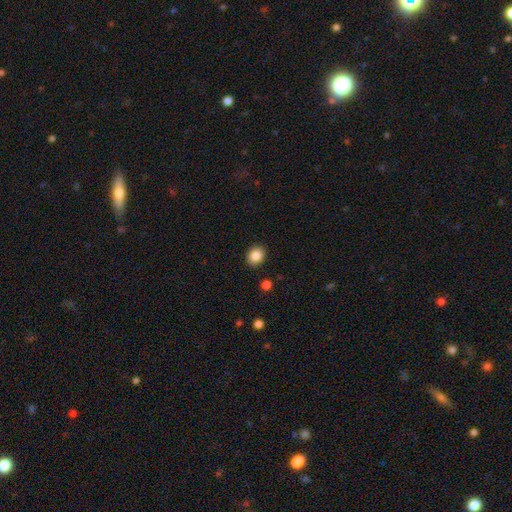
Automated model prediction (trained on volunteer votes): smooth_or_featured: smooth (p=0.86) [alt: star or artifact p=0.09]
how_rounded: round (p=0.63) [alt: in between p=0.36]
merging: none (p=0.90) [alt: minor disturbance p=0.06]